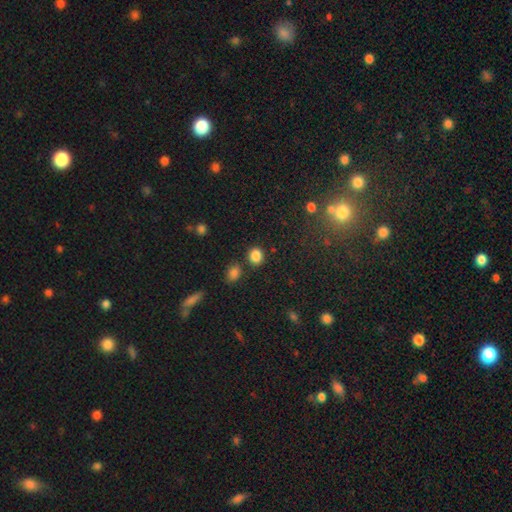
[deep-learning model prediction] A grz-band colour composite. It shows a smooth galaxy with no disk features (85%) that is round (68%). Merging: none (80%).